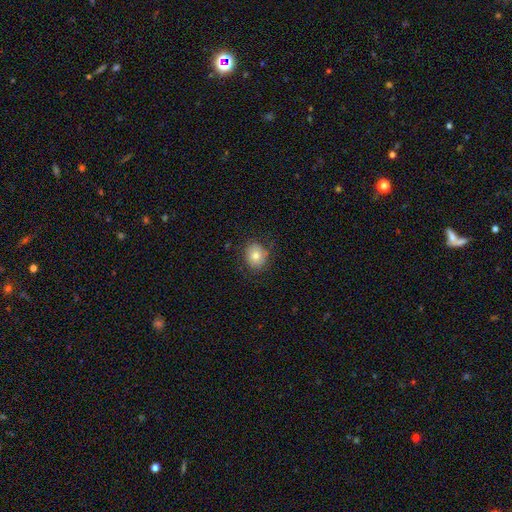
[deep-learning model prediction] This appears to be a smooth galaxy with no disk features (76%) that is round (69%). Merging: none (78%).